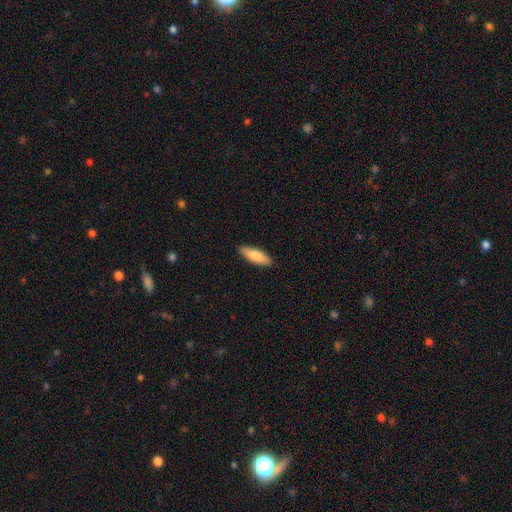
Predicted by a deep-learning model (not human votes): Smooth or featured?
  - smooth: 82% *
  - featured or disk: 12%
  - star or artifact: 5%
How rounded?
  - in between: 51% *
  - cigar-shaped: 47%
  - round: 2%
Merging?
  - none: 89% *
  - minor disturbance: 9%
  - major disturbance: 2%
  - merger: 1%